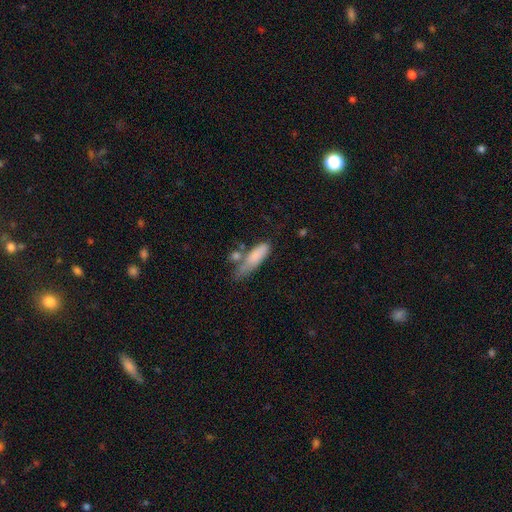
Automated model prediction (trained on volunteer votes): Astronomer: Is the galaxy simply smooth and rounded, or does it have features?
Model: smooth — 78%.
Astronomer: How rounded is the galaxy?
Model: cigar-shaped — 54% (runner-up: in between, 44%).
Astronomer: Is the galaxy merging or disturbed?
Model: none — 37% (runner-up: minor disturbance, 26%).